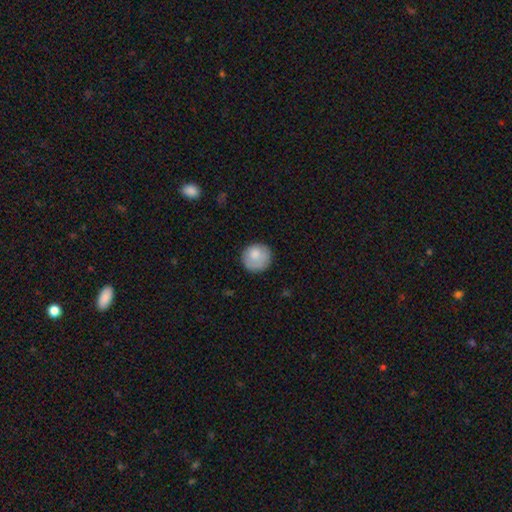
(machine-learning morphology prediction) Smooth or featured?
  - smooth: 81% *
  - featured or disk: 12%
  - star or artifact: 7%
How rounded?
  - round: 91% *
  - in between: 8%
  - cigar-shaped: 1%
Merging?
  - none: 80% *
  - minor disturbance: 15%
  - major disturbance: 4%
  - merger: 1%